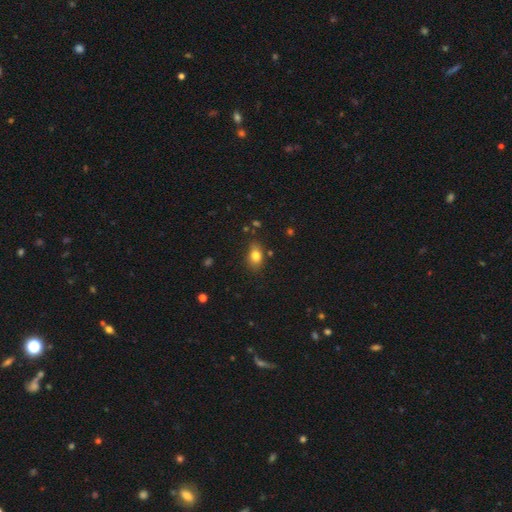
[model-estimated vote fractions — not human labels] Smooth or featured? Predicted: smooth (p=0.81). How rounded? Predicted: in between (p=0.77). Merging? Predicted: none (p=0.79).